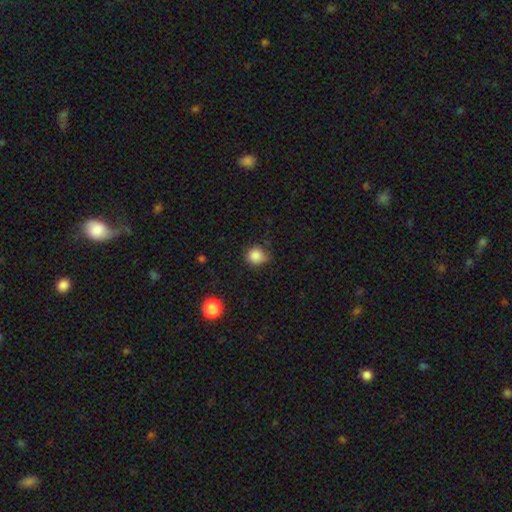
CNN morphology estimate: Smooth or featured: smooth — 84% (star or artifact — 11%)
How rounded: round — 85% (in between — 14%)
Merging: none — 61% (minor disturbance — 30%)